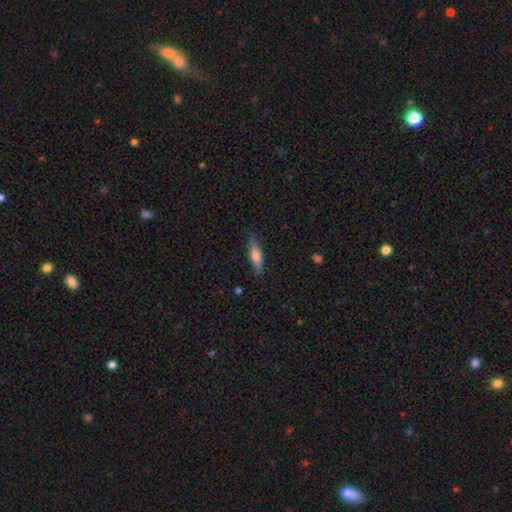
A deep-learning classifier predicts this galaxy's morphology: The model was most divided on "how rounded": cigar-shaped: 64%, in between: 34%, round: 2%. More confident: merging — none (82%); smooth or featured — smooth (67%).